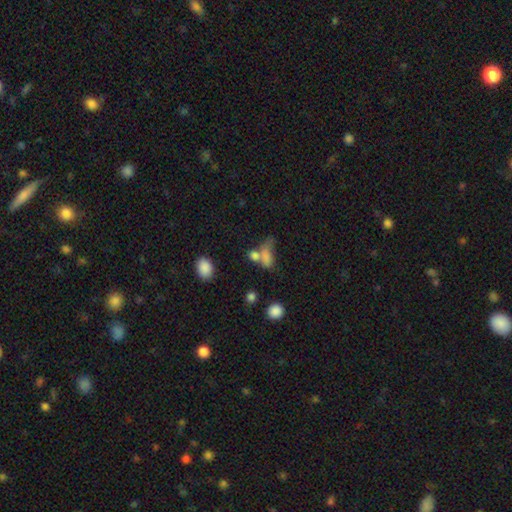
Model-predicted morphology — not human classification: type=smooth (75%); roundness=in between (66%); merging=merger (46%).